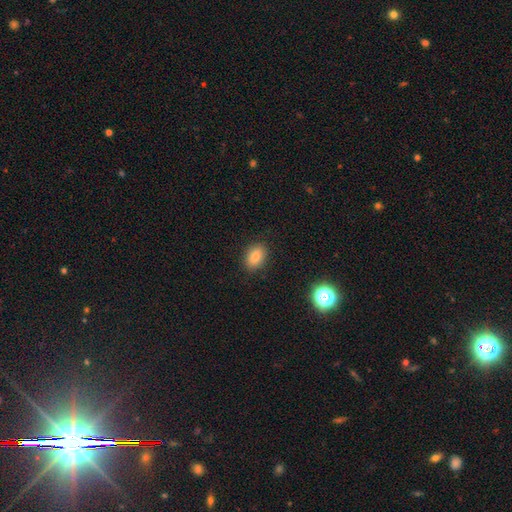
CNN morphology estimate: A smooth galaxy with no disk features (84%) that is in between round and cigar-shaped (83%).

Vote fractions:
- Smooth or featured? smooth: 84% / star or artifact: 10% / featured or disk: 6%
- How rounded? in between: 83% / round: 15% / cigar-shaped: 2%
- Merging? none: 88% / minor disturbance: 9% / major disturbance: 2% / merger: 1%